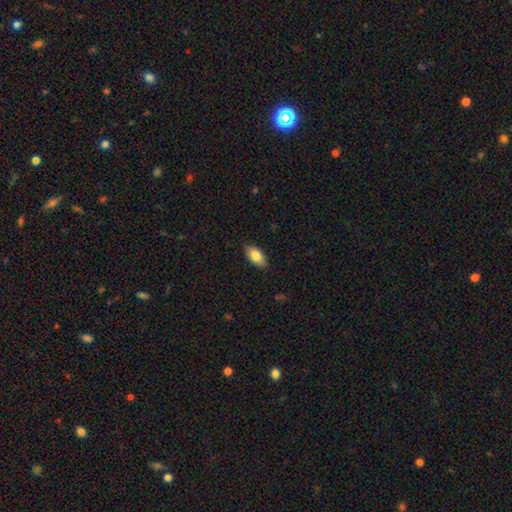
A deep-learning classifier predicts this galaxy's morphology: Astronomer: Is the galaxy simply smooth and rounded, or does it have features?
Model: smooth — 84%.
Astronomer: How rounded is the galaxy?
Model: in between — 93%.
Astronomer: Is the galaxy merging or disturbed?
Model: none — 88%.